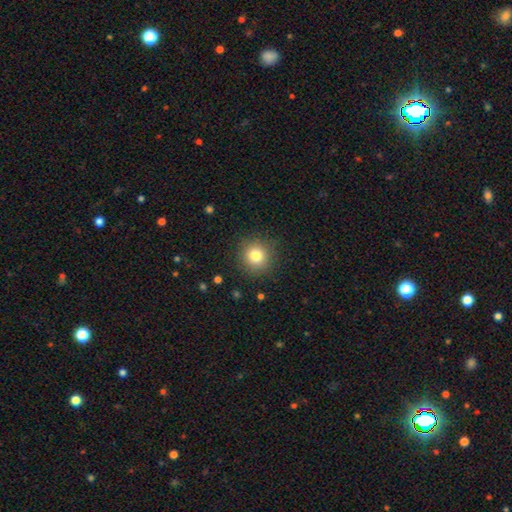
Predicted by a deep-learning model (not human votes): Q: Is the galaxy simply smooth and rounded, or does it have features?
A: smooth — 80%.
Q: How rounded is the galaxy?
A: round — 91%.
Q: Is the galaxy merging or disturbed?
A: none — 89%.